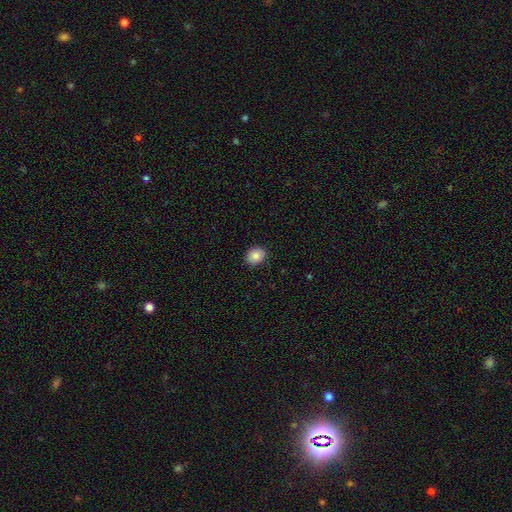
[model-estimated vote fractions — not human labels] The model was most divided on "how rounded": round: 58%, in between: 41%, cigar-shaped: 1%. More confident: merging — none (88%); smooth or featured — smooth (84%).